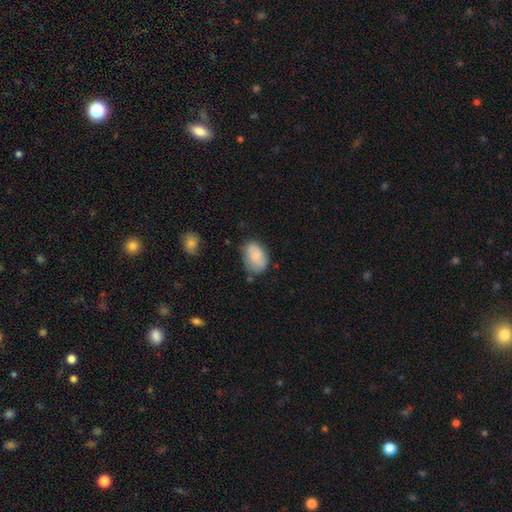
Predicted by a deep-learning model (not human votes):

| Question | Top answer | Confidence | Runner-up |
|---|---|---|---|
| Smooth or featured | smooth | 72% | featured or disk (21%) |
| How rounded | in between | 84% | round (15%) |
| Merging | none | 52% | minor disturbance (33%) |